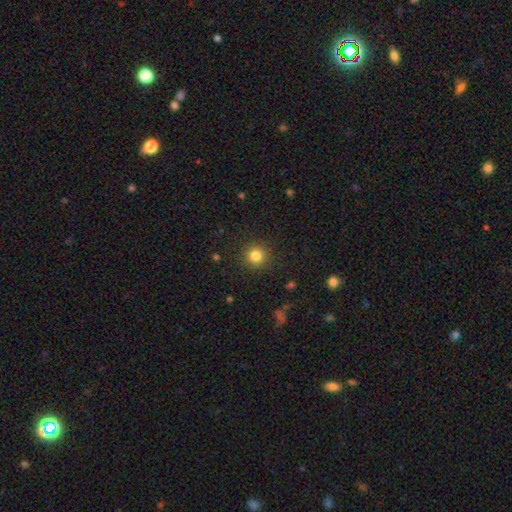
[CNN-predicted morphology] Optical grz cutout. It shows a smooth galaxy with no disk features (82%) that is round (94%). Merging: none (91%).